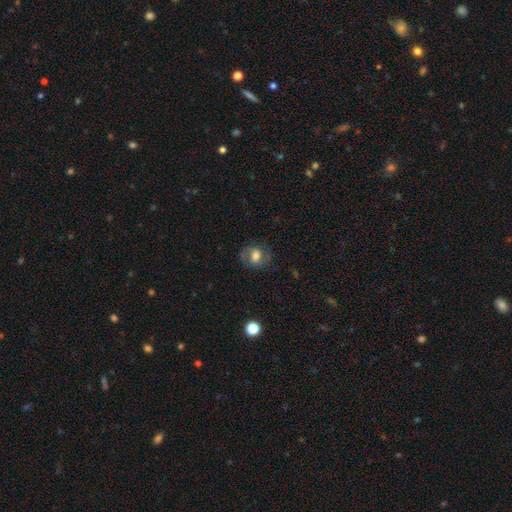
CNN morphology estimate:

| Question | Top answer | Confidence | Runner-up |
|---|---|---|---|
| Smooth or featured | smooth | 54% | featured or disk (36%) |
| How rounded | in between | 51% | round (47%) |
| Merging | none | 66% | minor disturbance (20%) |